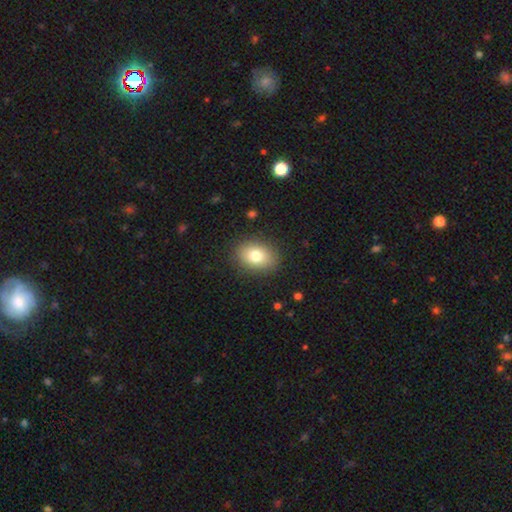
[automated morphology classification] This is likely a smooth galaxy (79%). How rounded: likely in between (69%). Merging: clearly none (87%).